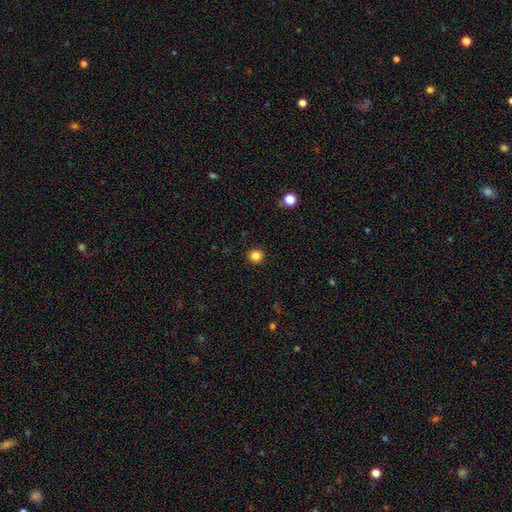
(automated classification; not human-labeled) The model was most divided on "smooth or featured": smooth: 84%, star or artifact: 12%, featured or disk: 4%. More confident: how rounded — round (94%); merging — none (92%).